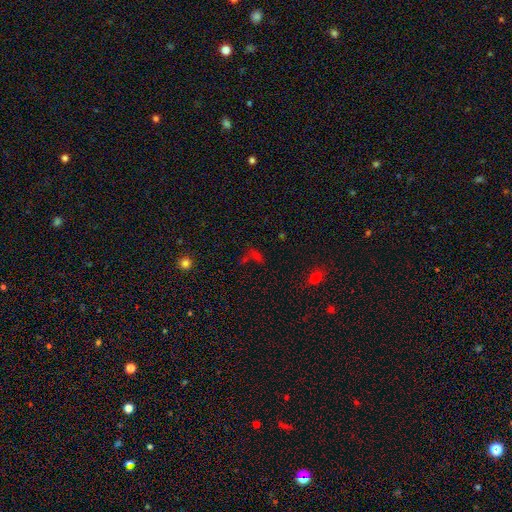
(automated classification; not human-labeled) A star or artifact, not a galaxy (47%).

Vote fractions:
- Smooth or featured? star or artifact: 47% / smooth: 41% / featured or disk: 12%